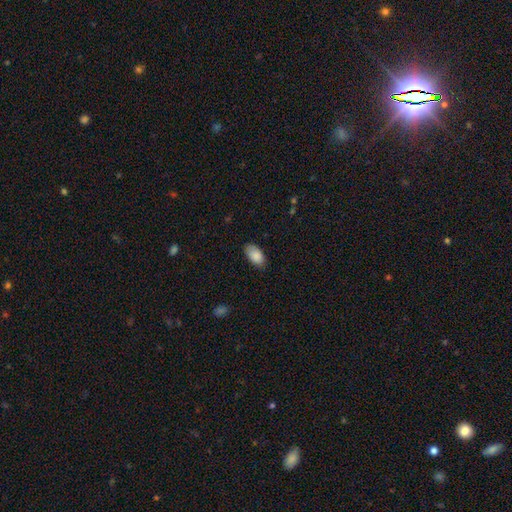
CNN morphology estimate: The model was most divided on "merging": none: 79%, minor disturbance: 17%, major disturbance: 3%, merger: 1%. More confident: how rounded — in between (94%); smooth or featured — smooth (88%).